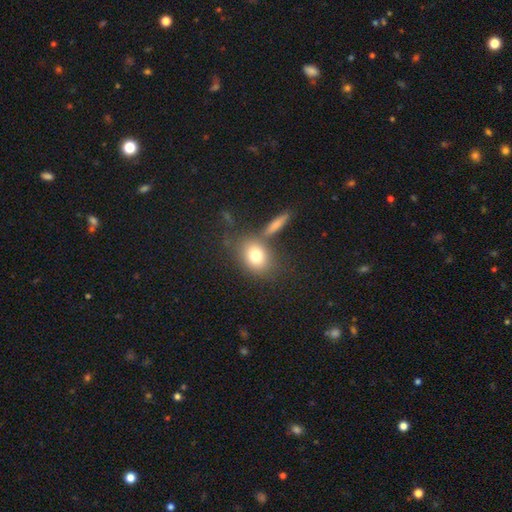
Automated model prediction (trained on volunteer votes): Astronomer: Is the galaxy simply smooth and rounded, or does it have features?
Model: smooth — 74%.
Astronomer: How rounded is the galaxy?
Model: in between — 54% (runner-up: round, 44%).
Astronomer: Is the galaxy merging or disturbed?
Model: none — 65%.